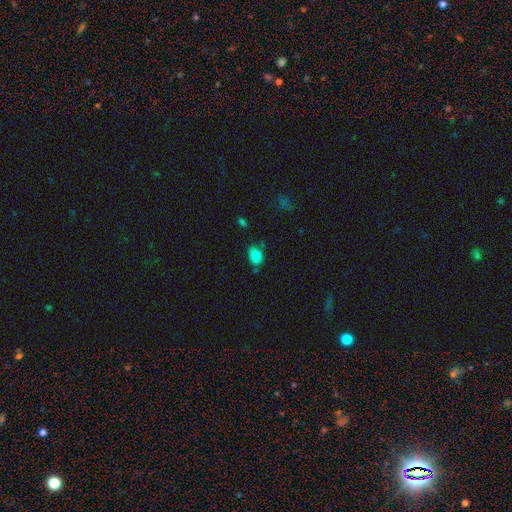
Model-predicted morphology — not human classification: Smooth or featured?
  - smooth: 83% *
  - star or artifact: 12%
  - featured or disk: 5%
How rounded?
  - in between: 80% *
  - round: 18%
  - cigar-shaped: 1%
Merging?
  - none: 60% *
  - minor disturbance: 26%
  - merger: 7%
  - major disturbance: 7%